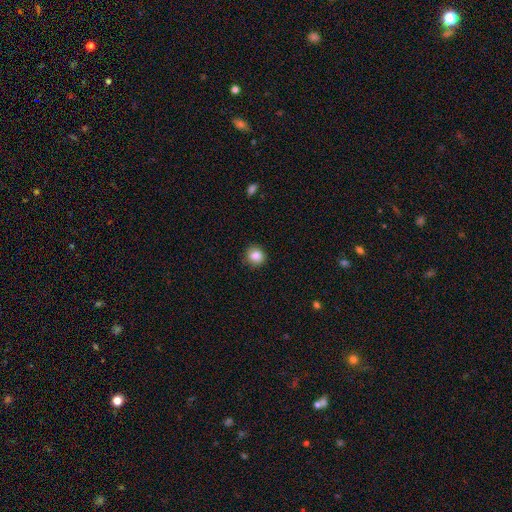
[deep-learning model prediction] This appears to be a smooth galaxy with no disk features (86%) that is round (82%). Merging: none (86%).